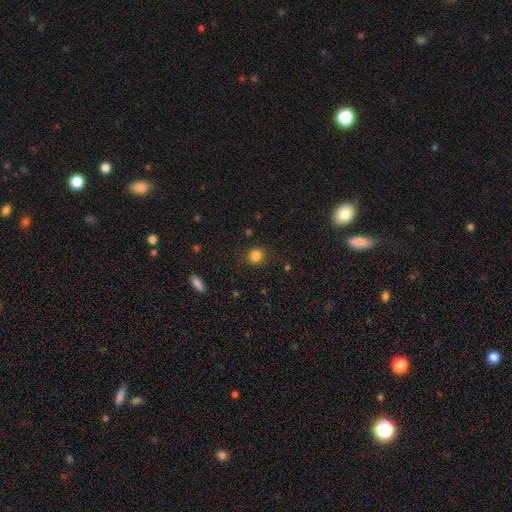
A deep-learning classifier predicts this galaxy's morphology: This is clearly a smooth galaxy (83%). How rounded: clearly round (84%). Merging: clearly none (87%).